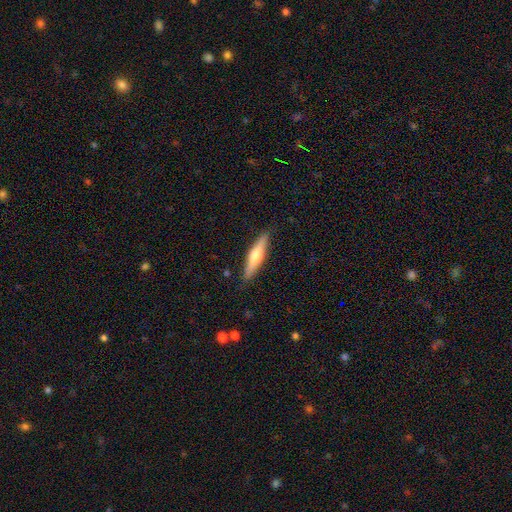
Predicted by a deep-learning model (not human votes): Smooth or featured?
  - featured or disk: 48% *
  - smooth: 46%
  - star or artifact: 6%
Merging?
  - none: 89% *
  - minor disturbance: 9%
  - major disturbance: 2%
  - merger: 1%